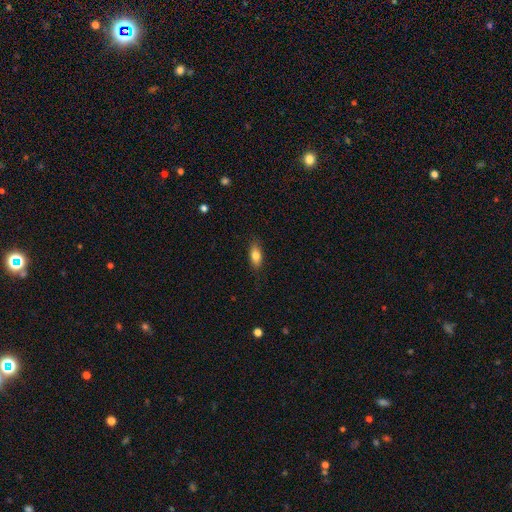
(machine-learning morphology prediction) type=smooth (79%); roundness=in between (80%); merging=none (84%).